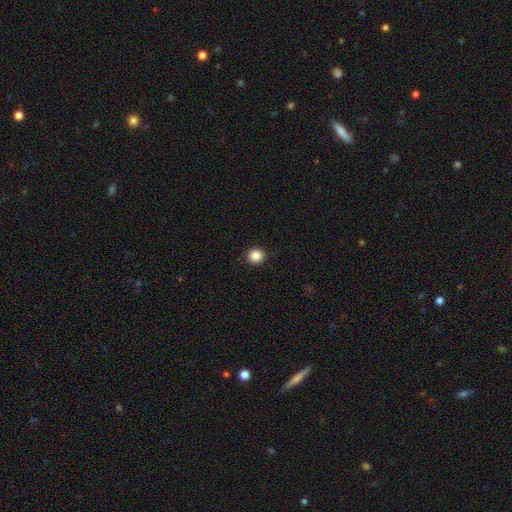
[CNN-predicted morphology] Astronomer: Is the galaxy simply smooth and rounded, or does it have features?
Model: smooth — 86%.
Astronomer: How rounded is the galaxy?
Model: round — 90%.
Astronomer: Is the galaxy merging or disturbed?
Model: none — 93%.